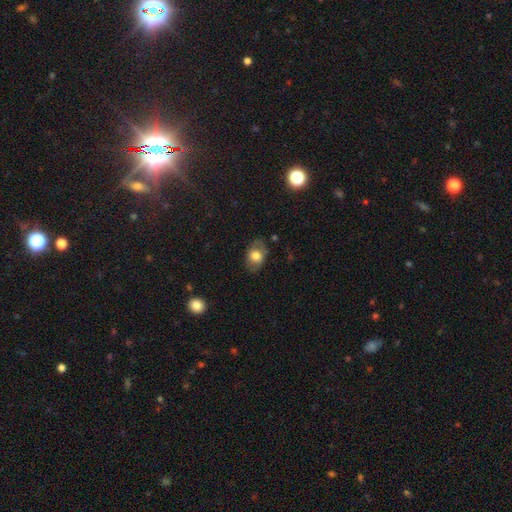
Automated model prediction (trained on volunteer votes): Smooth or featured? Predicted: smooth (p=0.68). How rounded? Predicted: in between (p=0.77). Merging? Predicted: none (p=0.75).